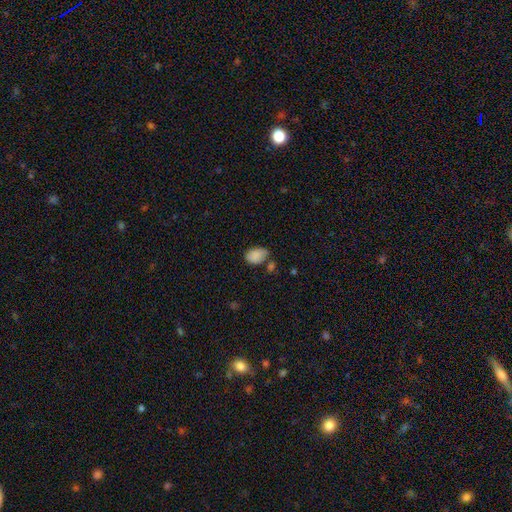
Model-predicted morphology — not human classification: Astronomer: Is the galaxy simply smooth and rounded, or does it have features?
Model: smooth — 85%.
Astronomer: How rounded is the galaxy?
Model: in between — 78%.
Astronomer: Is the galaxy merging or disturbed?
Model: none — 50% (runner-up: minor disturbance, 30%).